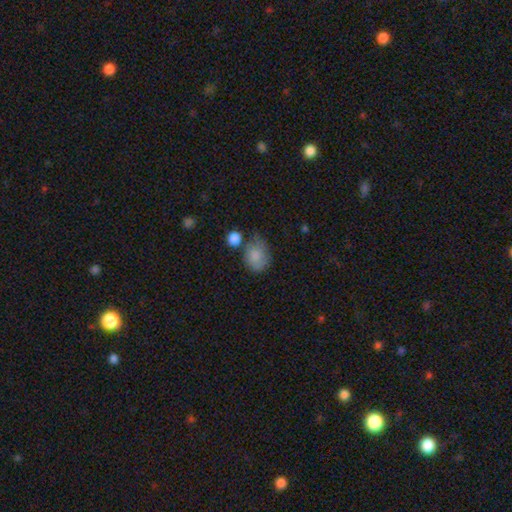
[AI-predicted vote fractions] This appears to be a smooth galaxy with no disk features (80%) that is in between round and cigar-shaped (51%). Merging: none (44%).